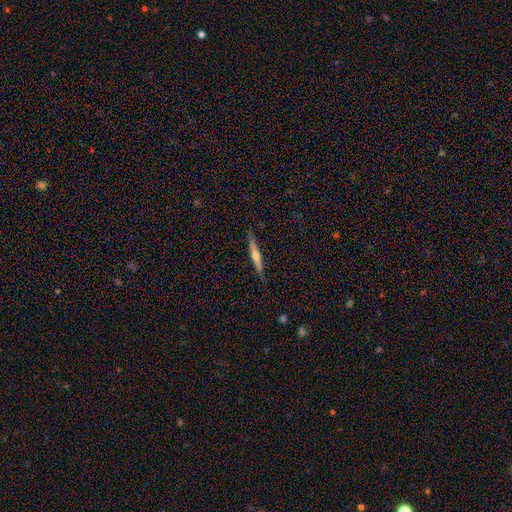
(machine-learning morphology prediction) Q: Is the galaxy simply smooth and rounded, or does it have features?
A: featured or disk — 60%.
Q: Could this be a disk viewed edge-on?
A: yes — 96%.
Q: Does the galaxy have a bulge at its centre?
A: rounded — 80%.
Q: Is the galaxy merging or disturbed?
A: none — 86%.